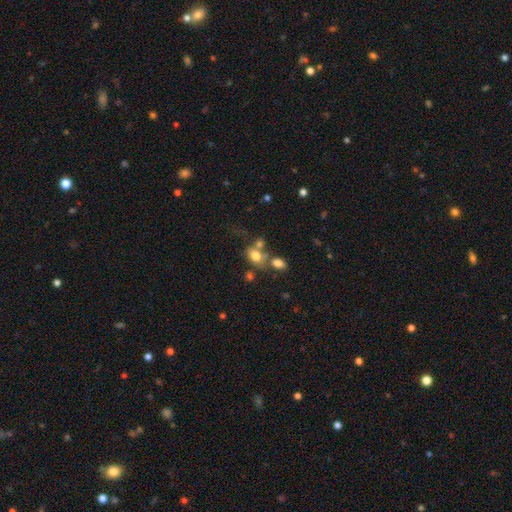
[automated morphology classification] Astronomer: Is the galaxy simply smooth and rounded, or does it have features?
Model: smooth — 73%.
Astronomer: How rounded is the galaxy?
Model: in between — 71%.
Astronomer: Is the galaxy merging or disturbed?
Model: merger — 38% (runner-up: none, 37%).